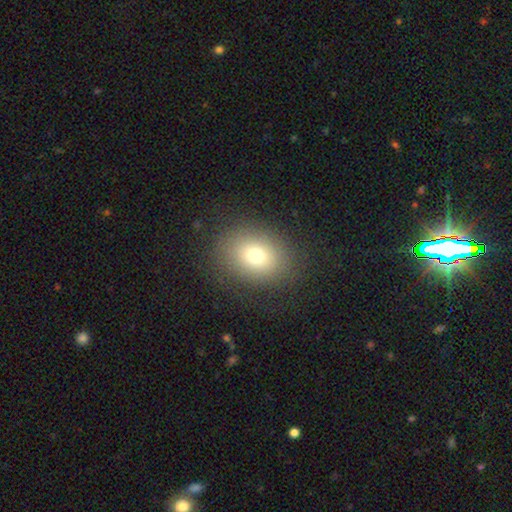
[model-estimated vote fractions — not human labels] This appears to be a smooth galaxy with no disk features (74%) that is in between round and cigar-shaped (50%). Merging: none (84%).